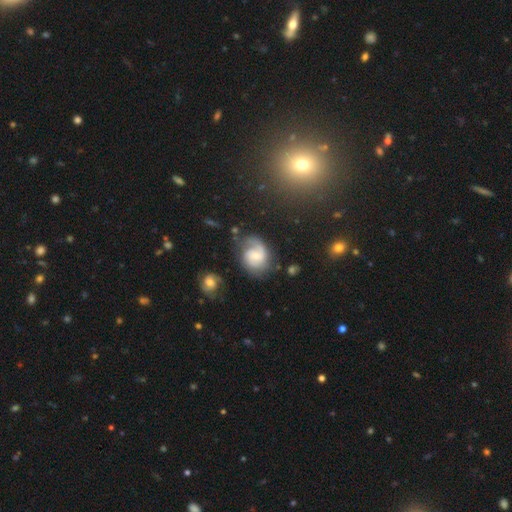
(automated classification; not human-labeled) smooth_or_featured: featured or disk (p=0.75) [alt: smooth p=0.17]
disk_edge_on: no (p=0.98) [alt: yes p=0.02]
bar: no (p=0.50) [alt: weak p=0.43]
has_spiral_arms: yes (p=0.94) [alt: no p=0.06]
spiral_winding: medium (p=0.46) [alt: tight p=0.33]
spiral_arm_count: 2 (p=0.64) [alt: 1 p=0.19]
bulge_size: small (p=0.50) [alt: moderate p=0.39]
merging: none (p=0.63) [alt: minor disturbance p=0.21]